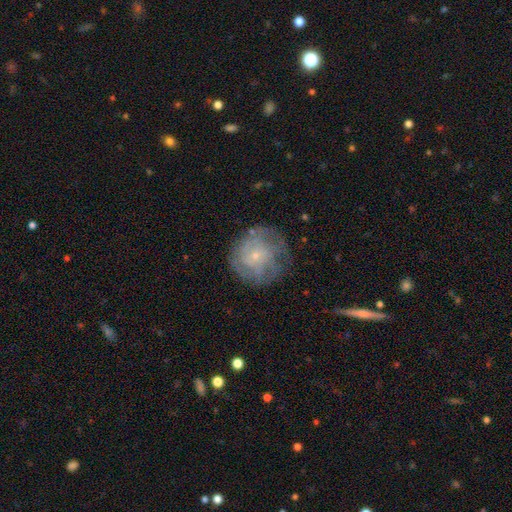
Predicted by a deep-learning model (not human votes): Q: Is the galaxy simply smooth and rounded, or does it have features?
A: featured or disk — 70%.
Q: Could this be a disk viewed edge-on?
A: no — 98%.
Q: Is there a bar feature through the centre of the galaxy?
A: no — 80%.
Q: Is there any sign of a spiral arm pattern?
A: yes — 84%.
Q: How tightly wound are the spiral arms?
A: tight — 61%.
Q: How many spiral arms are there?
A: can't tell — 45%.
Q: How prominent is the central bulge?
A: small — 82%.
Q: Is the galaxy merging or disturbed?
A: none — 70%.